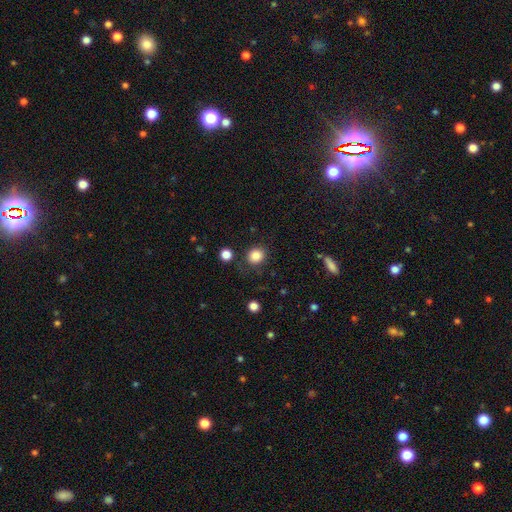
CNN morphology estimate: Smooth or featured: smooth — 86% (star or artifact — 10%)
How rounded: round — 80% (in between — 20%)
Merging: none — 81% (minor disturbance — 11%)